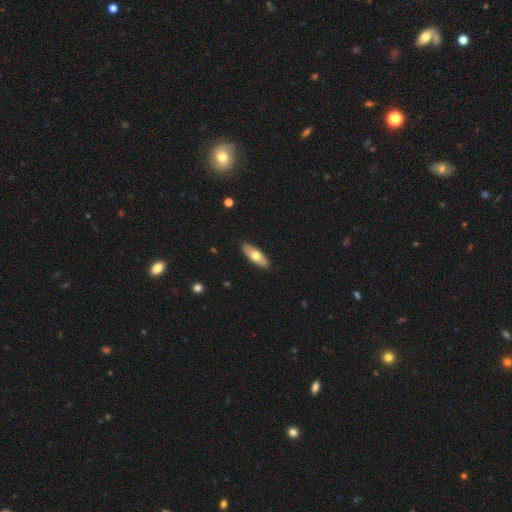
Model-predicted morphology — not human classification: A smooth galaxy with no disk features (61%) that is in between round and cigar-shaped (68%).

Vote fractions:
- Smooth or featured? smooth: 61% / featured or disk: 34% / star or artifact: 5%
- How rounded? in between: 68% / cigar-shaped: 29% / round: 3%
- Merging? none: 90% / minor disturbance: 8% / major disturbance: 2% / merger: 1%